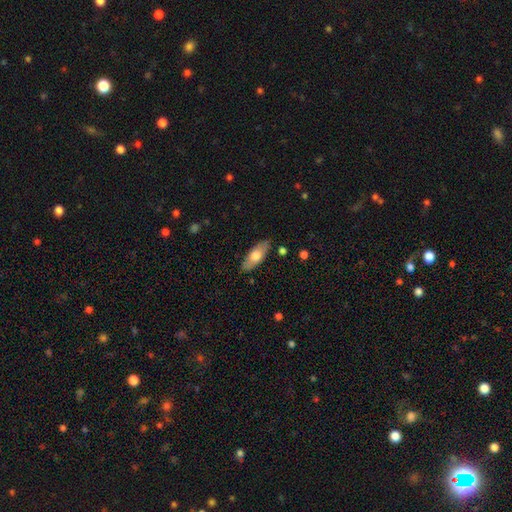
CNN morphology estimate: smooth_or_featured: smooth (p=0.65) [alt: featured or disk p=0.29]
how_rounded: in between (p=0.76) [alt: cigar-shaped p=0.22]
merging: none (p=0.86) [alt: minor disturbance p=0.11]